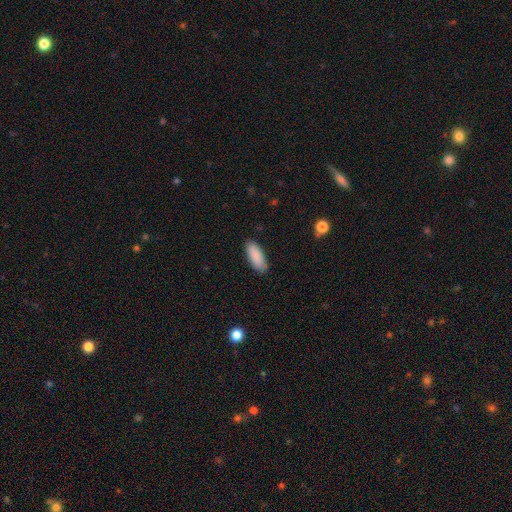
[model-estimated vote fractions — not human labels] smooth 90%, star or artifact 6%, featured or disk 5%. Down the decision tree: how rounded — in between (78%); merging — none (86%).